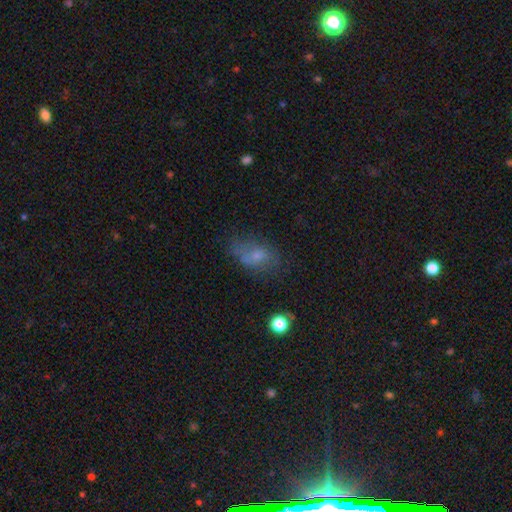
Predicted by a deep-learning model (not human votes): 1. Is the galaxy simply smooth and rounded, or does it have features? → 58% smooth, 28% featured or disk, 15% star or artifact.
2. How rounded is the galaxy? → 84% in between, 12% round, 4% cigar-shaped.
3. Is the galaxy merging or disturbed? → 49% none, 26% minor disturbance, 19% major disturbance, 6% merger.